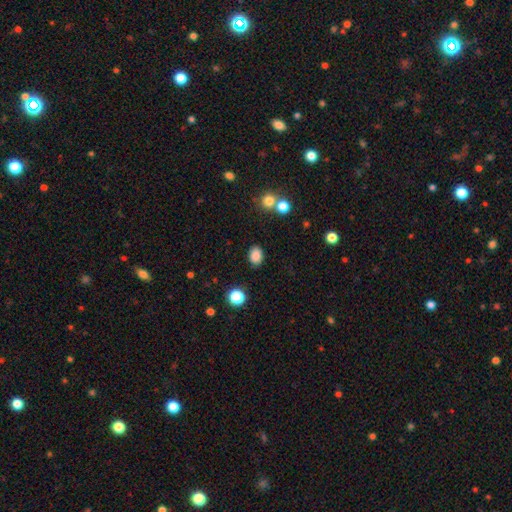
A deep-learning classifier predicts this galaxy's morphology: Smooth or featured? Predicted: smooth (p=0.85). How rounded? Predicted: in between (p=0.73). Merging? Predicted: none (p=0.85).